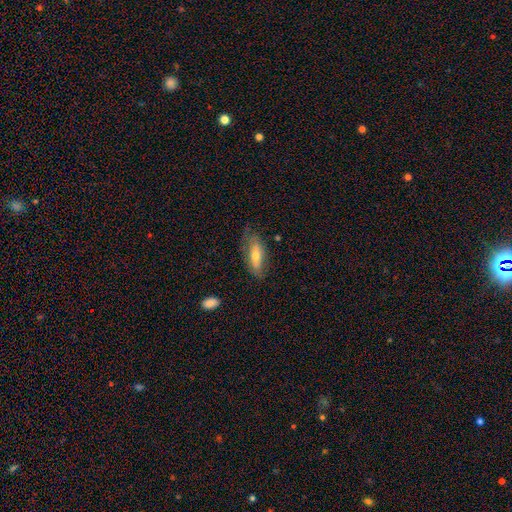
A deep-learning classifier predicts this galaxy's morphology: smooth_or_featured: smooth (p=0.53) [alt: featured or disk p=0.41]
how_rounded: in between (p=0.69) [alt: cigar-shaped p=0.28]
merging: none (p=0.65) [alt: minor disturbance p=0.24]